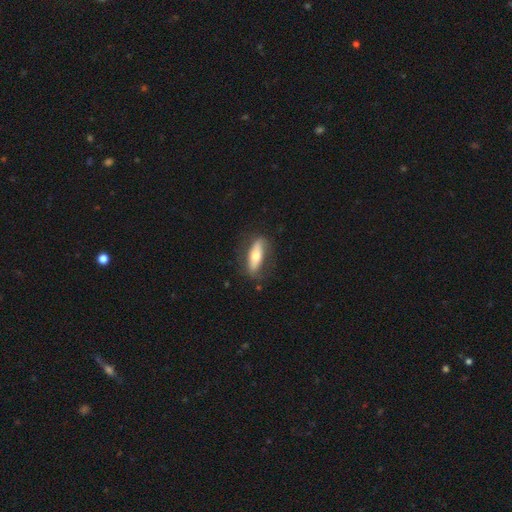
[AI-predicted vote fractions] Smooth or featured? smooth (52%)
How rounded? in between (50%)
Merging? none (78%)